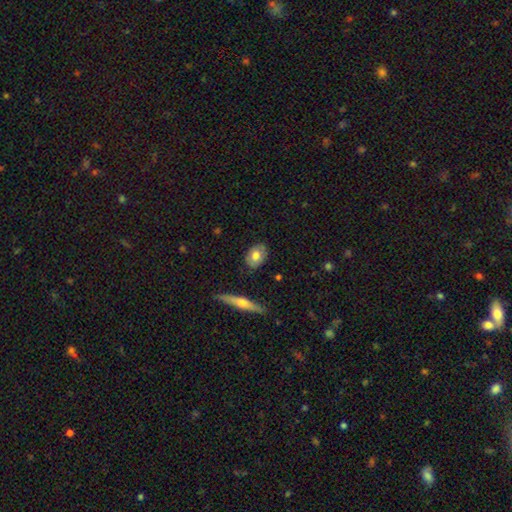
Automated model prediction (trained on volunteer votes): Overall: smooth (68%). How rounded: in between (73%). Merging: none (82%).